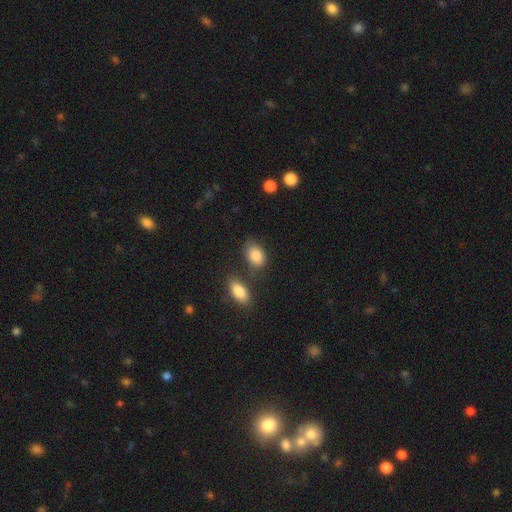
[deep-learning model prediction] Smooth or featured: smooth — 86% (star or artifact — 7%)
How rounded: in between — 84% (round — 14%)
Merging: none — 64% (minor disturbance — 18%)